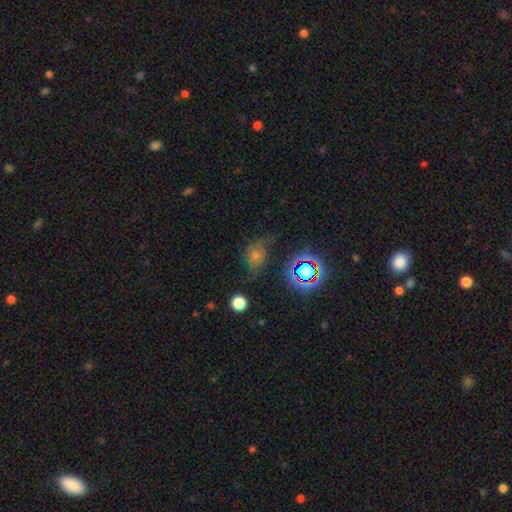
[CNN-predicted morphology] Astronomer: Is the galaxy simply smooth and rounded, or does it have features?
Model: smooth — 36% (runner-up: star or artifact, 33%).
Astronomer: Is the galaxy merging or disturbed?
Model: none — 53%.